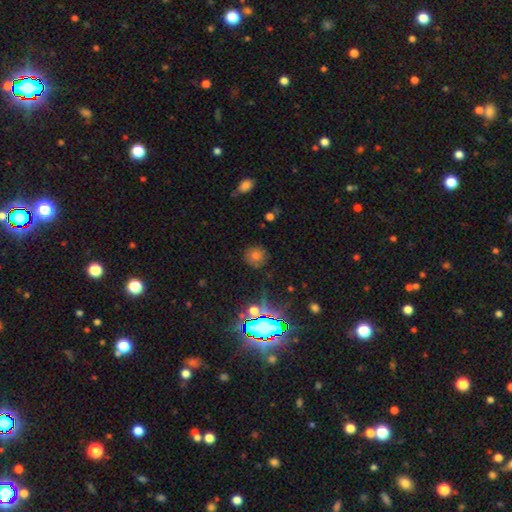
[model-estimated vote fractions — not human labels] Smooth or featured: smooth — 53% (star or artifact — 36%)
How rounded: round — 90% (in between — 9%)
Merging: none — 83% (minor disturbance — 11%)